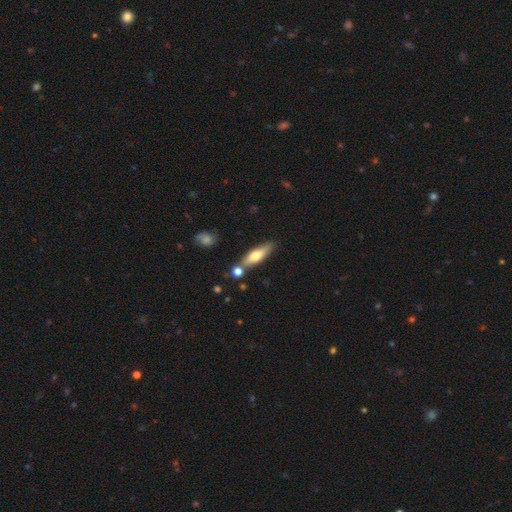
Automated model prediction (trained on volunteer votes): This is possibly a smooth galaxy (57%). How rounded: likely cigar-shaped (63%). Merging: likely none (73%).